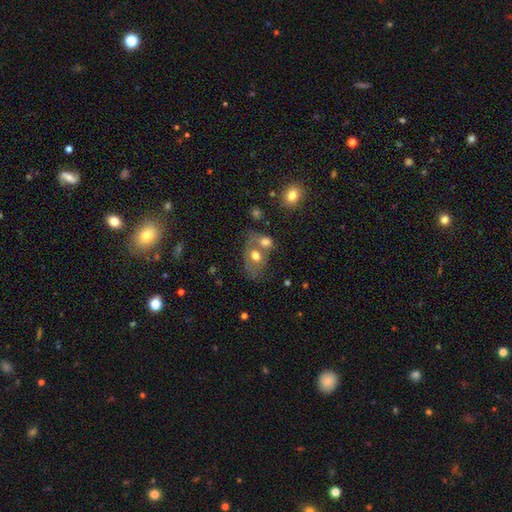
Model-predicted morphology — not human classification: smooth_or_featured: smooth (p=0.58) [alt: featured or disk p=0.33]
how_rounded: in between (p=0.73) [alt: round p=0.26]
merging: merger (p=0.44) [alt: none p=0.32]